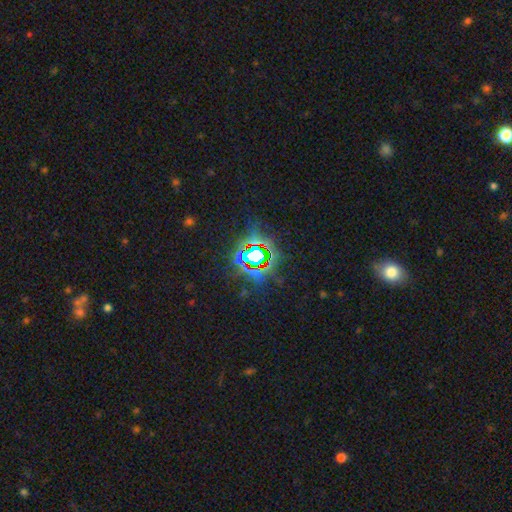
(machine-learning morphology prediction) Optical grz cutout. It shows a star or artifact, not a galaxy (79%).